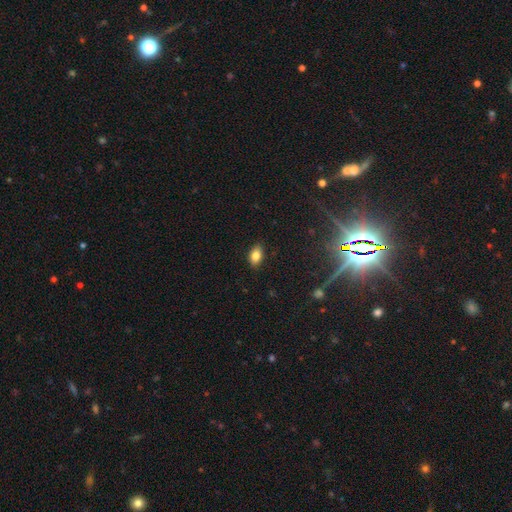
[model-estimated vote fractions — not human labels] Smooth or featured: smooth — 83% (star or artifact — 9%)
How rounded: in between — 88% (round — 10%)
Merging: none — 86% (minor disturbance — 11%)